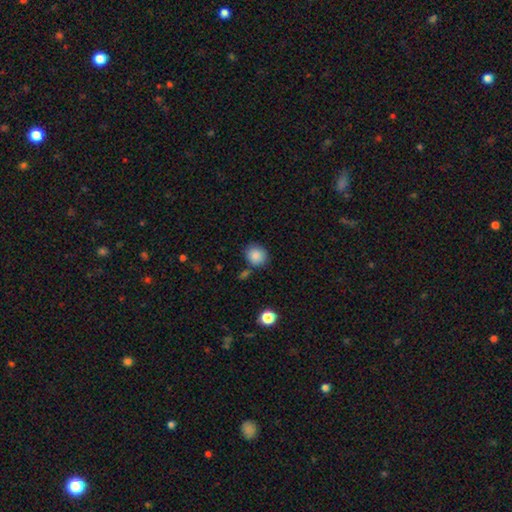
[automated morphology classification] smooth 87%, star or artifact 9%, featured or disk 4%. Down the decision tree: how rounded — round (76%); merging — none (76%).